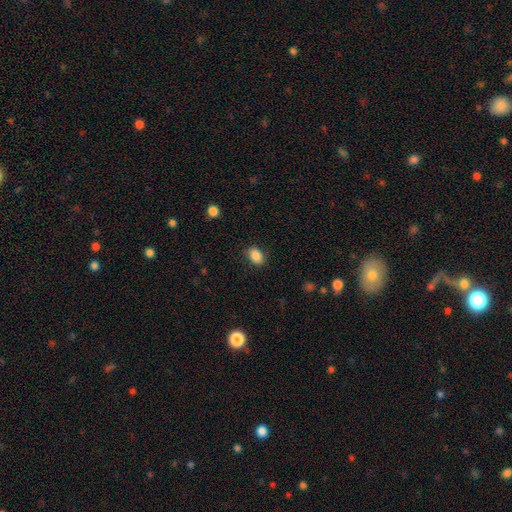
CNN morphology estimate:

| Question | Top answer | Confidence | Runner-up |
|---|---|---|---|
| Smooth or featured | smooth | 88% | star or artifact (9%) |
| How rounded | in between | 74% | round (25%) |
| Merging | none | 86% | minor disturbance (10%) |